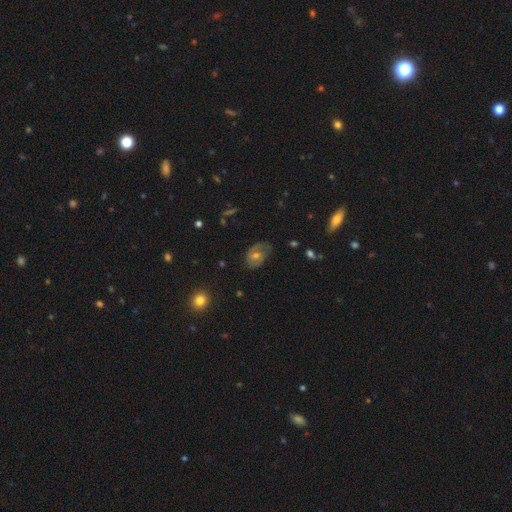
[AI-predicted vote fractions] Morphology: type=featured or disk (60%); edge-on=no (95%); bar=no (59%); spiral arms=yes (78%); bulge=moderate (53%); merging=none (65%).